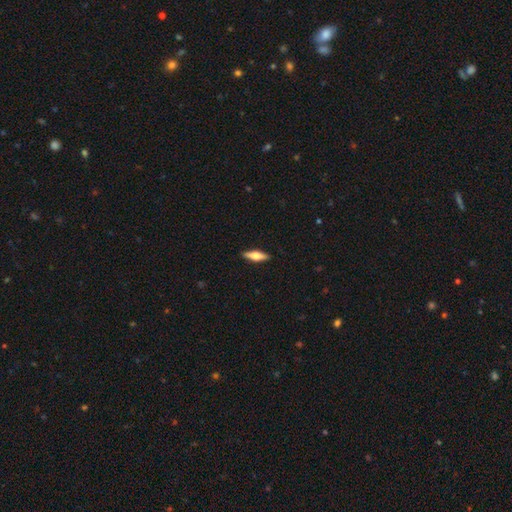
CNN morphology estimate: Smooth or featured?
  - smooth: 50% *
  - featured or disk: 44%
  - star or artifact: 6%
Merging?
  - none: 90% *
  - minor disturbance: 7%
  - major disturbance: 2%
  - merger: 1%